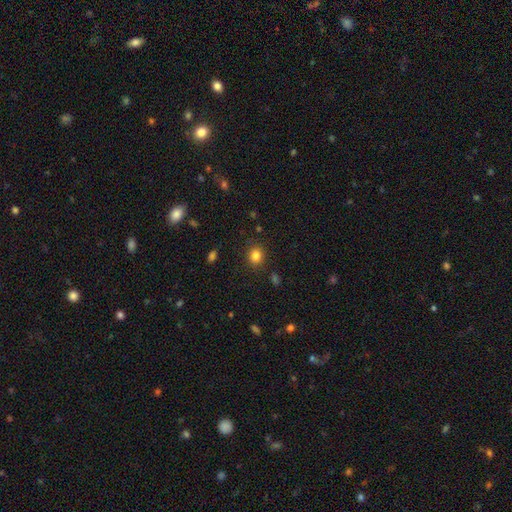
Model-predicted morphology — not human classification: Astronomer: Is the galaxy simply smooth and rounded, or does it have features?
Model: smooth — 83%.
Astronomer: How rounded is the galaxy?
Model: round — 72%.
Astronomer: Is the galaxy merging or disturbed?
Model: none — 87%.